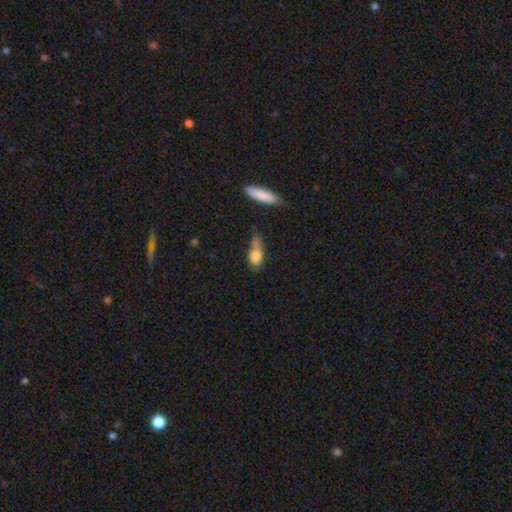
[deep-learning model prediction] This appears to be a smooth galaxy with no disk features (76%) that is in between round and cigar-shaped (69%). Merging: none (32%).